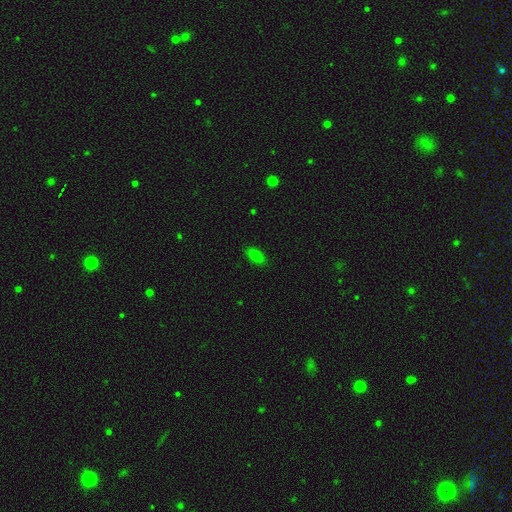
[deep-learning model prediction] Overall: smooth (76%). How rounded: in between (85%). Merging: none (87%).